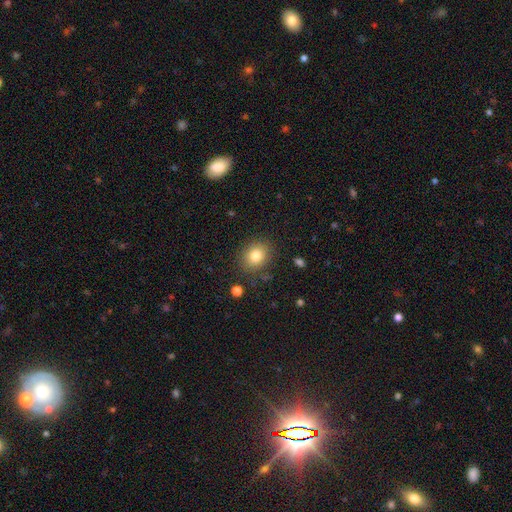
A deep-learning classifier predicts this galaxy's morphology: Smooth or featured? Predicted: smooth (p=0.80). How rounded? Predicted: round (p=0.60). Merging? Predicted: none (p=0.85).